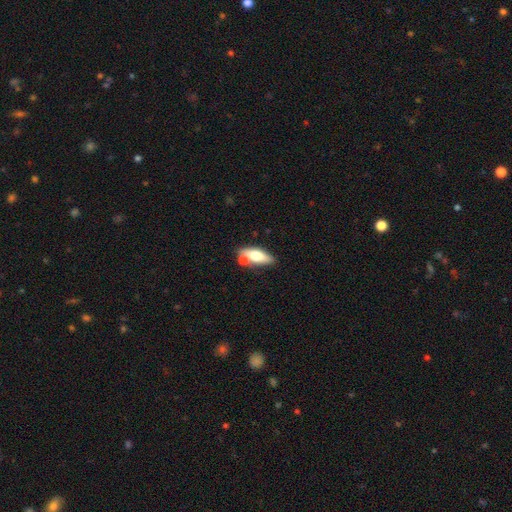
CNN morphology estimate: The model was most divided on "smooth or featured": smooth: 58%, featured or disk: 35%, star or artifact: 7%. More confident: how rounded — in between (66%); merging — none (61%).